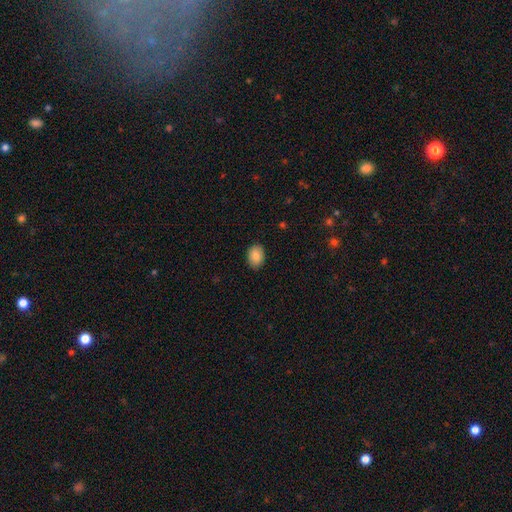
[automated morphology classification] The model was most divided on "how rounded": in between: 76%, round: 23%, cigar-shaped: 1%. More confident: merging — none (88%); smooth or featured — smooth (86%).